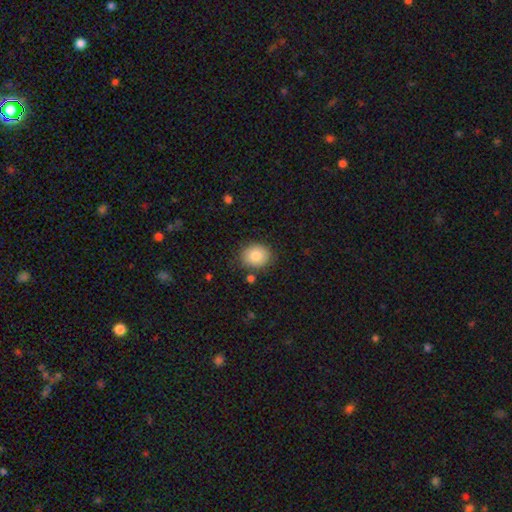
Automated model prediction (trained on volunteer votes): smooth-or-featured: smooth: 84% | star or artifact: 8% | featured or disk: 8%
  how-rounded: round: 69% | in between: 30% | cigar-shaped: 1%
  merging: none: 82% | minor disturbance: 12% | merger: 3% | major disturbance: 3%